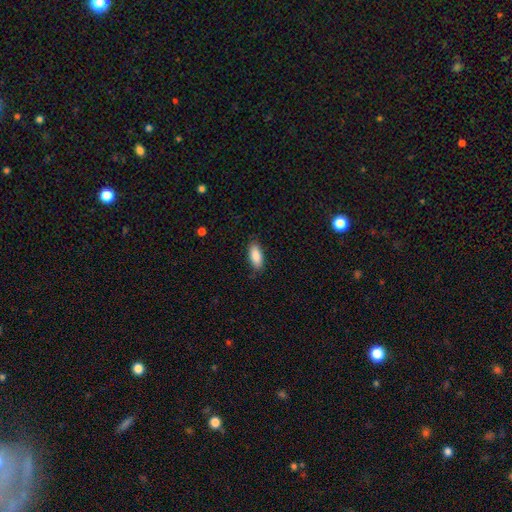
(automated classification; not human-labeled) This is clearly a smooth galaxy (87%). How rounded: clearly in between (85%). Merging: clearly none (83%).